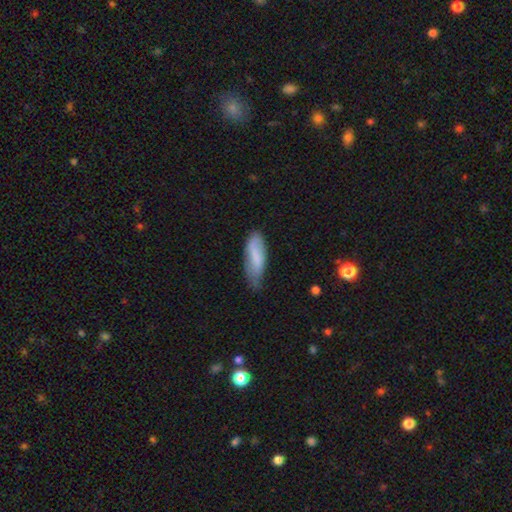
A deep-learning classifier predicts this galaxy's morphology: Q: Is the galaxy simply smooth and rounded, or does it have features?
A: smooth — 74%.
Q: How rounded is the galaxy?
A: in between — 59%.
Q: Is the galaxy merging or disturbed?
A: none — 48%.